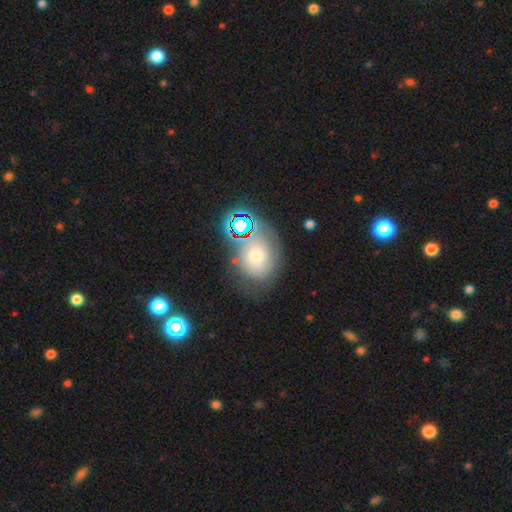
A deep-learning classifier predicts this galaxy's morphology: A smooth galaxy with no disk features (46%). Merging: none (57%).